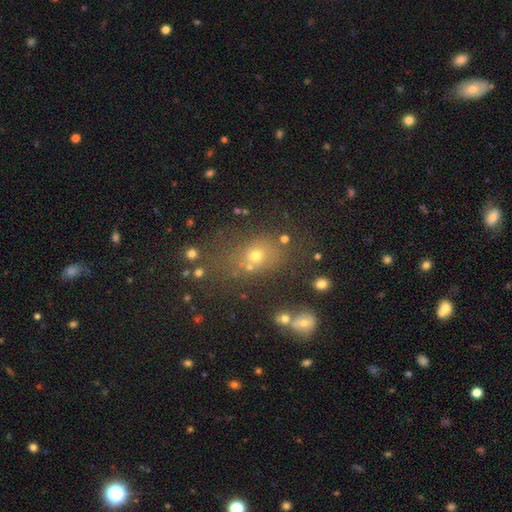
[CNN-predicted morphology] Smooth or featured?
  - smooth: 63% *
  - star or artifact: 22%
  - featured or disk: 15%
How rounded?
  - round: 50% *
  - in between: 47%
  - cigar-shaped: 3%
Merging?
  - none: 61% *
  - minor disturbance: 15%
  - merger: 14%
  - major disturbance: 10%